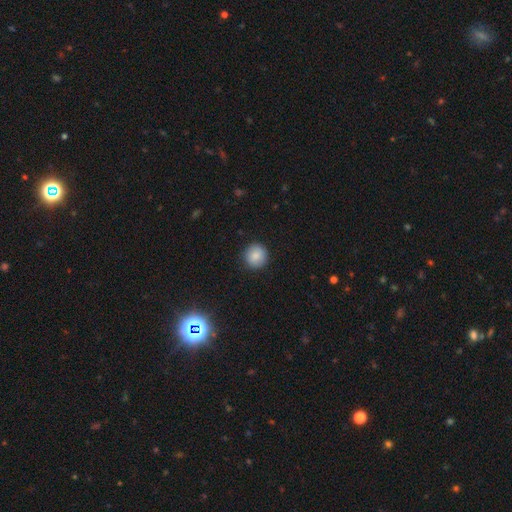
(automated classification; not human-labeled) Q: Smooth or featured?
A: smooth (85%); runner-up: star or artifact (8%)
Q: How rounded?
A: round (93%); runner-up: in between (6%)
Q: Merging?
A: none (90%); runner-up: minor disturbance (7%)